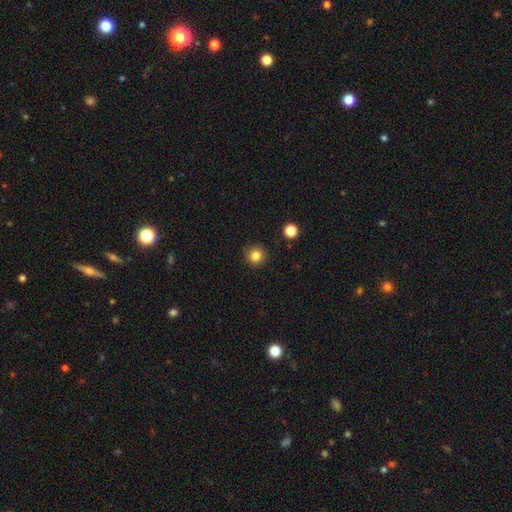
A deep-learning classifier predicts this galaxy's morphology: smooth 83%, star or artifact 12%, featured or disk 5%. Down the decision tree: how rounded — round (95%); merging — none (92%).